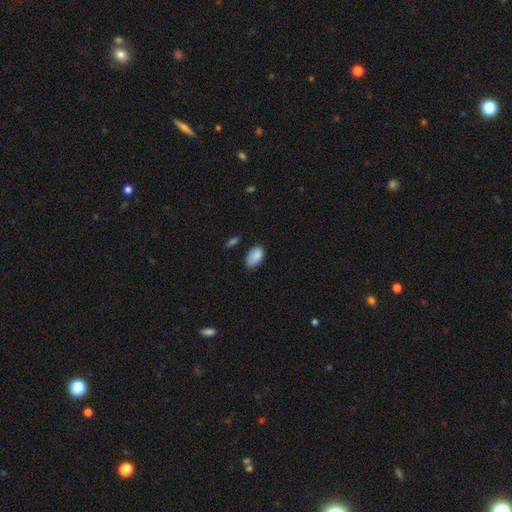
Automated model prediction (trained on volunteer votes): This is clearly a smooth galaxy (87%). How rounded: clearly in between (93%). Merging: likely none (62%).